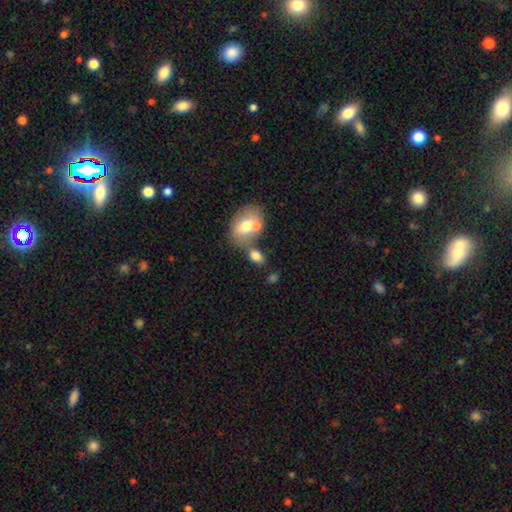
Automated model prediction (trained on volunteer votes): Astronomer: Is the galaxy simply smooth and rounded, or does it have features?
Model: smooth — 74%.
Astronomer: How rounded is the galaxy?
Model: in between — 77%.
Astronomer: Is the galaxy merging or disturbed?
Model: merger — 42% (runner-up: none, 38%).